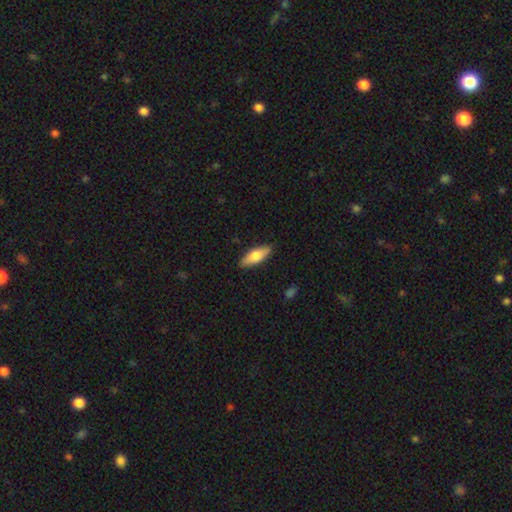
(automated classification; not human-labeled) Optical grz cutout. It shows a smooth galaxy with no disk features (71%) that is in between round and cigar-shaped (63%). Merging: none (88%).